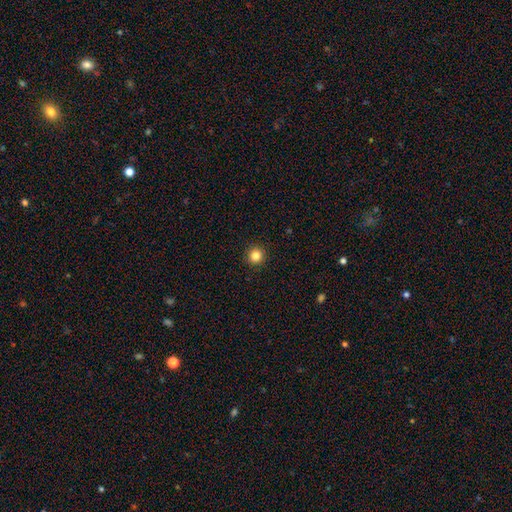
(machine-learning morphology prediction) smooth_or_featured: smooth (p=0.84) [alt: star or artifact p=0.12]
how_rounded: round (p=0.95) [alt: in between p=0.04]
merging: none (p=0.93) [alt: minor disturbance p=0.05]